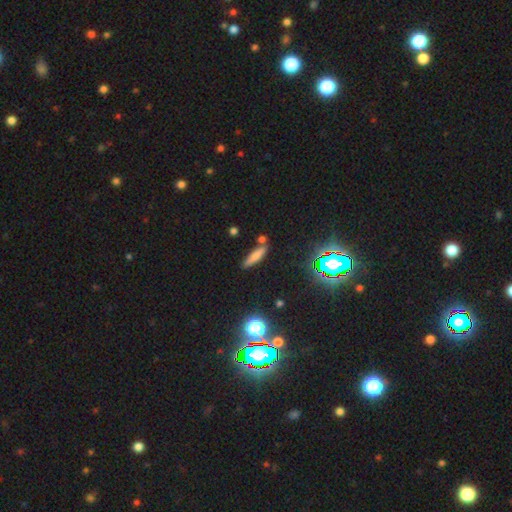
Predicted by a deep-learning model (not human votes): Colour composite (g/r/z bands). It shows a smooth galaxy with no disk features (65%) that is cigar-shaped (76%). Merging: none (76%).